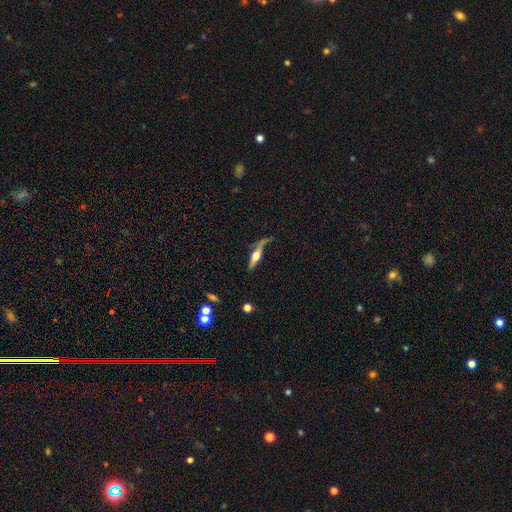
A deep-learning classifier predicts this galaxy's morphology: A featured or disk galaxy (64%) viewed edge-on (92%) with a rounded central bulge (90%).

Vote fractions:
- Smooth or featured? featured or disk: 64% / smooth: 29% / star or artifact: 7%
- Edge-on disk? yes: 92% / no: 8%
- Edge-on bulge? rounded: 90% / boxy: 7% / none: 3%
- Merging? none: 57% / minor disturbance: 24% / major disturbance: 13% / merger: 6%